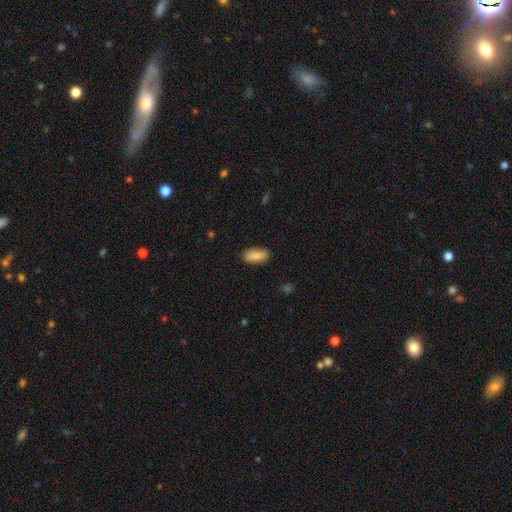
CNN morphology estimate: Smooth or featured: smooth — 85% (featured or disk — 9%)
How rounded: in between — 79% (cigar-shaped — 19%)
Merging: none — 84% (minor disturbance — 12%)